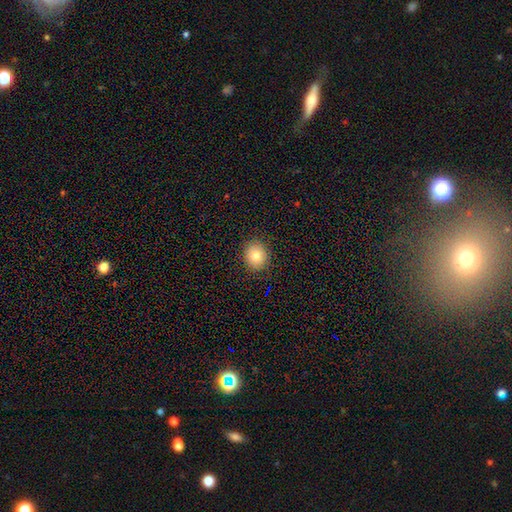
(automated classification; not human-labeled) smooth-or-featured: smooth: 80% | star or artifact: 10% | featured or disk: 10%
  how-rounded: round: 72% | in between: 27% | cigar-shaped: 1%
  merging: none: 88% | minor disturbance: 8% | major disturbance: 2% | merger: 1%